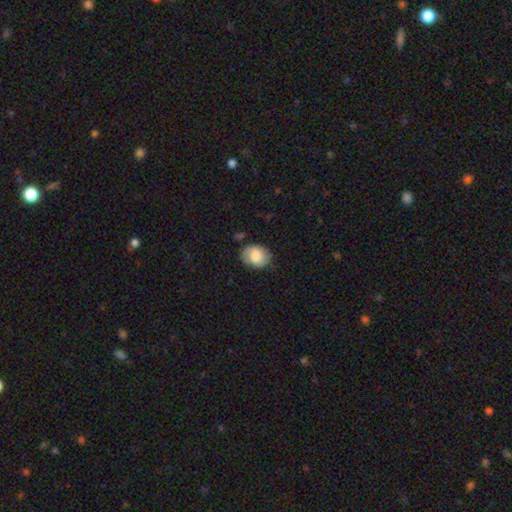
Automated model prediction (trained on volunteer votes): smooth 65%, featured or disk 27%, star or artifact 7%. Down the decision tree: how rounded — in between (61%); merging — none (75%).